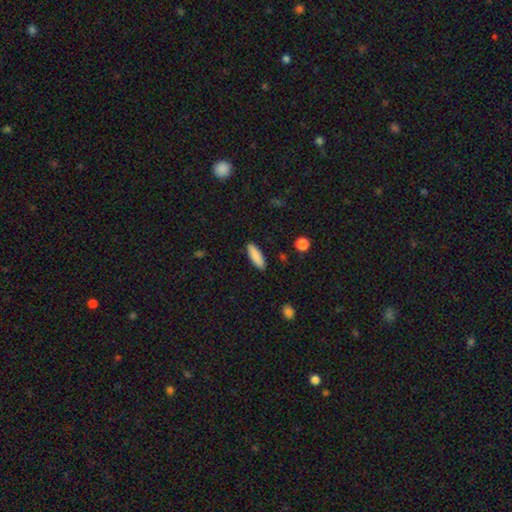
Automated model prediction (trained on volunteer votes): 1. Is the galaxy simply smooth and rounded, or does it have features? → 89% smooth, 6% star or artifact, 5% featured or disk.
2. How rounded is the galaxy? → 51% in between, 48% cigar-shaped, 2% round.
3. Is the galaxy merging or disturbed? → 90% none, 7% minor disturbance, 2% major disturbance, 1% merger.